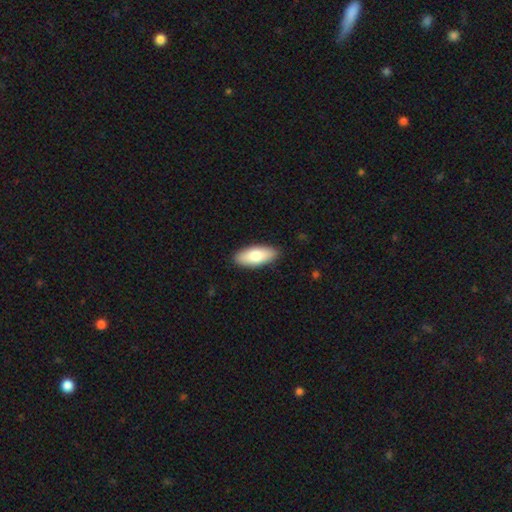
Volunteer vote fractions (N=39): Smooth or featured? smooth (77%)
How rounded? in between (90%)
Merging? none (92%)